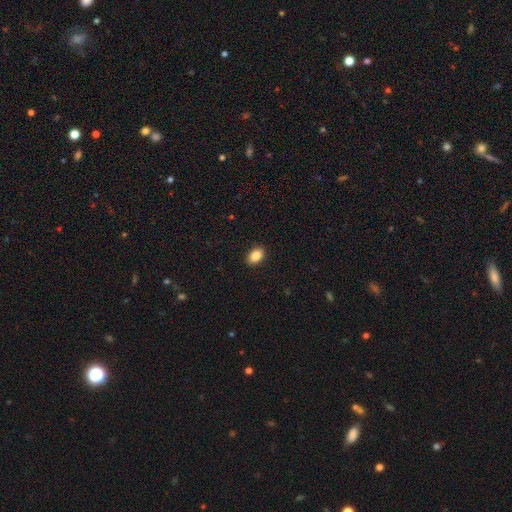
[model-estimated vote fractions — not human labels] smooth_or_featured: smooth (p=0.88) [alt: star or artifact p=0.08]
how_rounded: in between (p=0.82) [alt: round p=0.17]
merging: none (p=0.90) [alt: minor disturbance p=0.07]